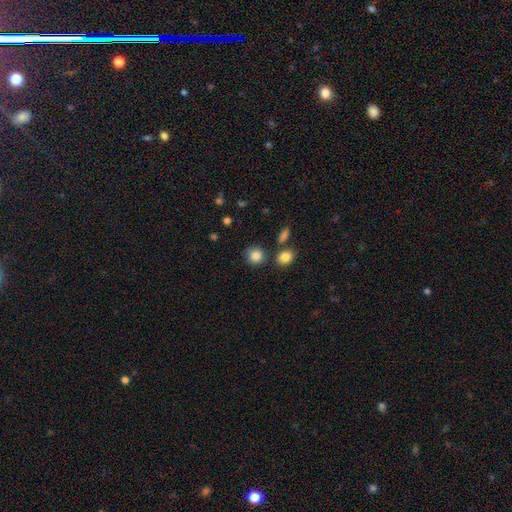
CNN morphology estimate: Smooth or featured? Predicted: smooth (p=0.86). How rounded? Predicted: round (p=0.87). Merging? Predicted: none (p=0.80).